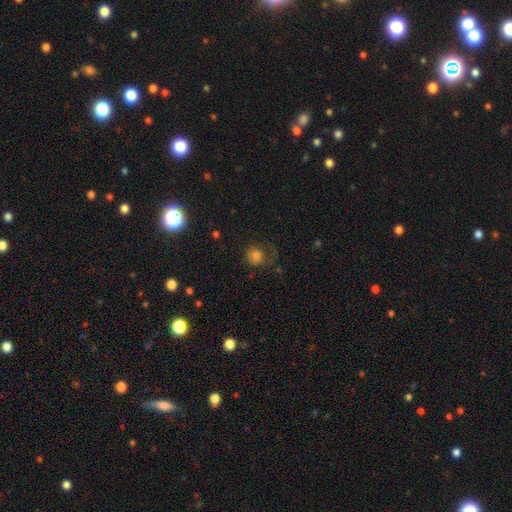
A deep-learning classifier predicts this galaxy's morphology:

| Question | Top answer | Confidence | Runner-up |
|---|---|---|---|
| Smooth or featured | smooth | 73% | star or artifact (15%) |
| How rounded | round | 87% | in between (12%) |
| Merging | none | 56% | major disturbance (22%) |